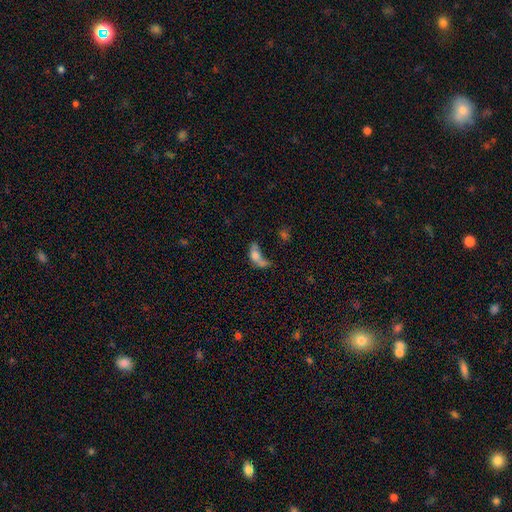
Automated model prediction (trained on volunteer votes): Morphology: type=smooth (60%); roundness=in between (75%); merging=major disturbance (35%).